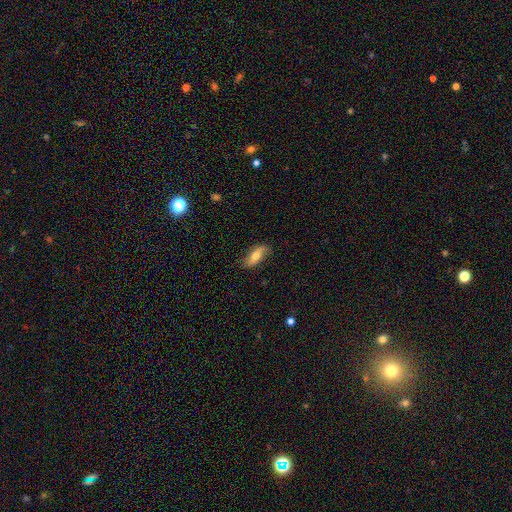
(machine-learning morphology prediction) A smooth galaxy with no disk features (52%) that is in between round and cigar-shaped (67%).

Vote fractions:
- Smooth or featured? smooth: 52% / featured or disk: 40% / star or artifact: 7%
- How rounded? in between: 67% / cigar-shaped: 29% / round: 4%
- Merging? none: 79% / minor disturbance: 17% / major disturbance: 4% / merger: 1%